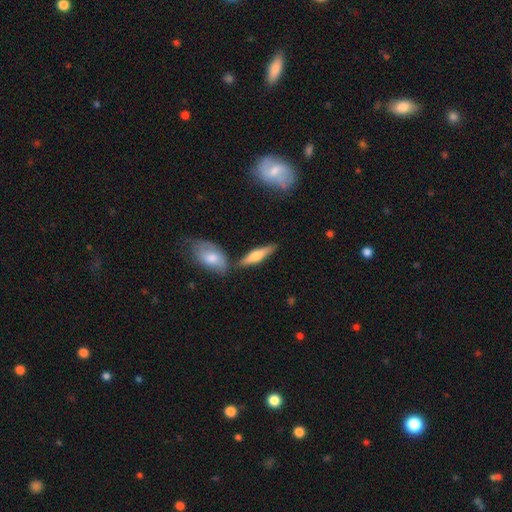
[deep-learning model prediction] smooth-or-featured: smooth: 50% | featured or disk: 44% | star or artifact: 6%
  how-rounded: cigar-shaped: 68% | in between: 29% | round: 3%
  merging: none: 74% | merger: 12% | minor disturbance: 11% | major disturbance: 3%